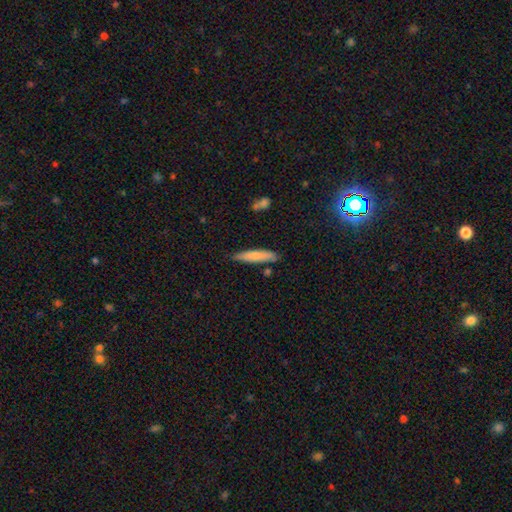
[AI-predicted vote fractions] smooth_or_featured: smooth (p=0.78) [alt: featured or disk p=0.16]
how_rounded: cigar-shaped (p=0.83) [alt: in between p=0.15]
merging: none (p=0.78) [alt: minor disturbance p=0.15]